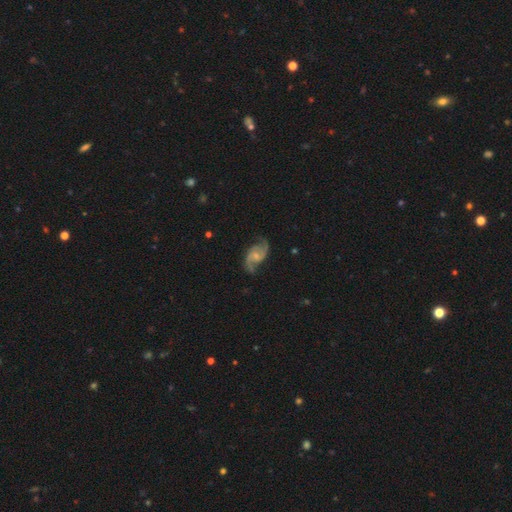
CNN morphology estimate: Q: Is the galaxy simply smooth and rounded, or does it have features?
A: featured or disk — 89%.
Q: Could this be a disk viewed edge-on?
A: no — 98%.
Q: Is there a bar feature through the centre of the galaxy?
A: no — 52%.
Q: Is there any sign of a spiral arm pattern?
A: yes — 97%.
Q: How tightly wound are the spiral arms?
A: medium — 45%.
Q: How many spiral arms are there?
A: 2 — 93%.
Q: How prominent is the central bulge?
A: small — 58%.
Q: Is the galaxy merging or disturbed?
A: none — 76%.